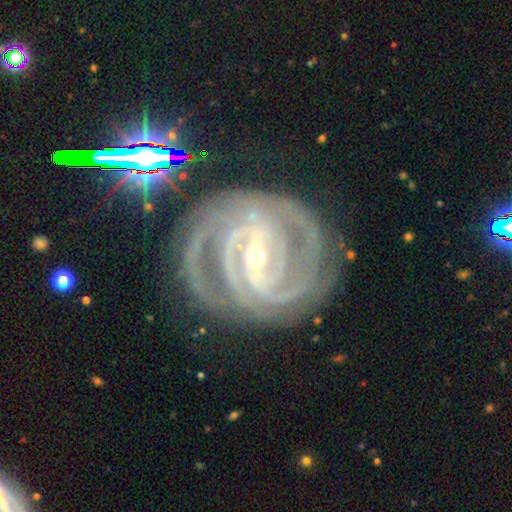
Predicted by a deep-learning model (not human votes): Smooth or featured? Predicted: featured or disk (p=0.92). Edge-on disk? Predicted: no (p=0.97). Bar? Predicted: strong (p=0.65). Spiral arms? Predicted: yes (p=0.98). Spiral winding? Predicted: tight (p=0.71). Spiral arm count? Predicted: 3 (p=0.31). Bulge size? Predicted: small (p=0.70). Merging? Predicted: none (p=0.78).